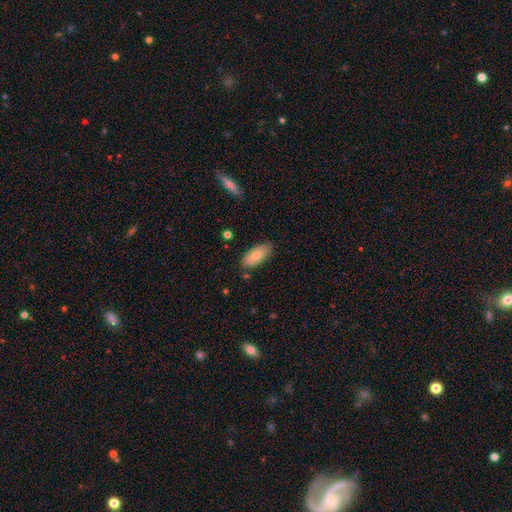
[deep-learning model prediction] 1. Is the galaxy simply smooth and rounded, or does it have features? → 75% smooth, 19% featured or disk, 6% star or artifact.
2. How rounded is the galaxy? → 91% in between, 7% cigar-shaped, 2% round.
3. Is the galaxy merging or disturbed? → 77% none, 18% minor disturbance, 3% major disturbance, 2% merger.